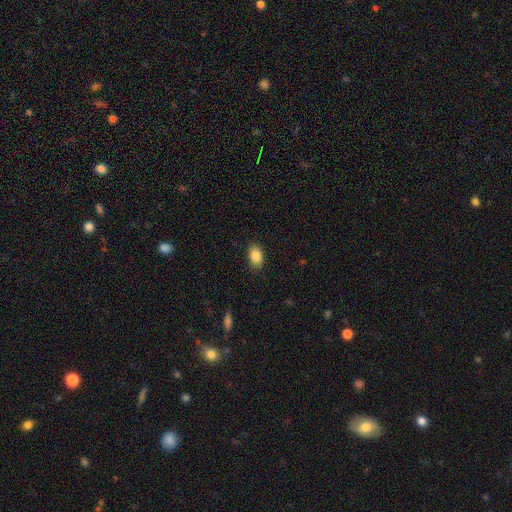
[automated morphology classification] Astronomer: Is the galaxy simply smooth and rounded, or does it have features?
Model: smooth — 87%.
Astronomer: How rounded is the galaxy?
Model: in between — 88%.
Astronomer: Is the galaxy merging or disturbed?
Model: none — 86%.